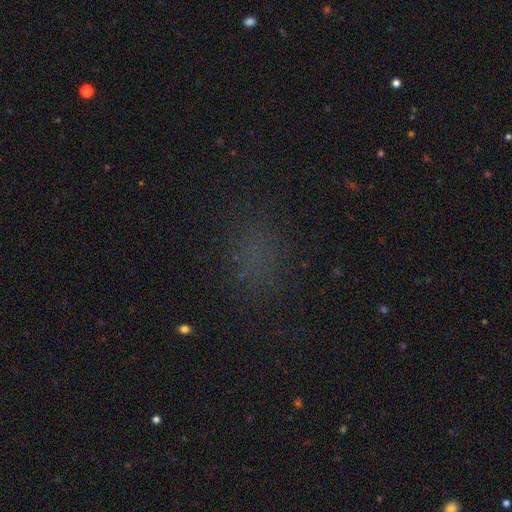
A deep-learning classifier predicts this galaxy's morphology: This appears to be a smooth galaxy with no disk features (55%) that is in between round and cigar-shaped (55%). Merging: none (79%).